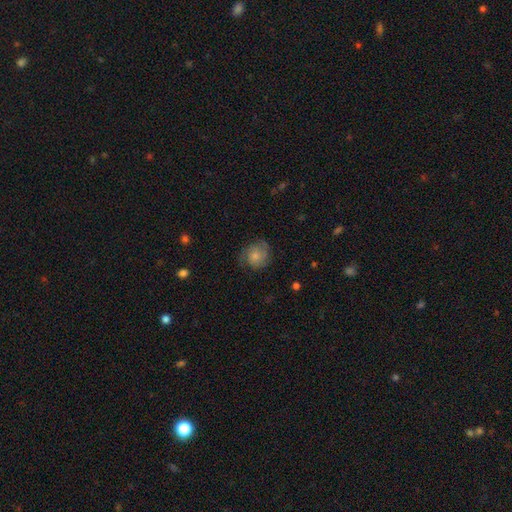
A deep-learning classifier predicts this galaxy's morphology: Smooth or featured? smooth (50%)
Merging? none (70%)